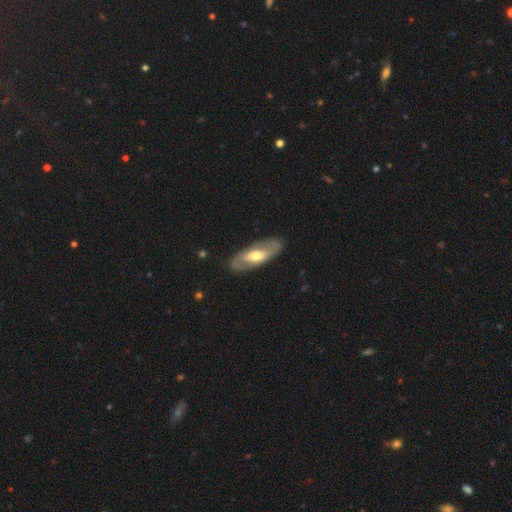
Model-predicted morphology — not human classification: smooth_or_featured: featured or disk (p=0.64) [alt: smooth p=0.32]
disk_edge_on: no (p=0.84) [alt: yes p=0.16]
bar: no (p=0.41) [alt: weak p=0.33]
has_spiral_arms: no (p=0.54) [alt: yes p=0.46]
bulge_size: moderate (p=0.69) [alt: small p=0.19]
merging: none (p=0.83) [alt: minor disturbance p=0.12]